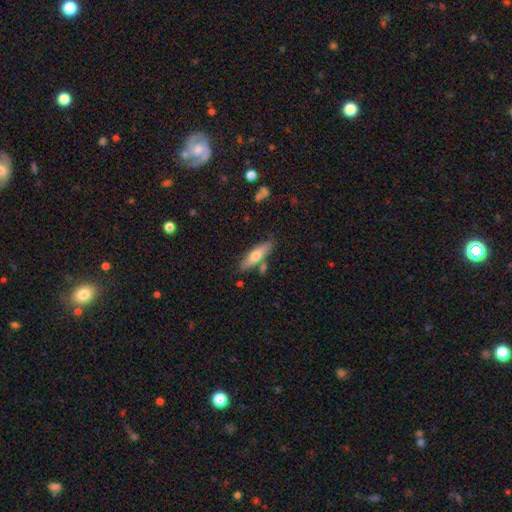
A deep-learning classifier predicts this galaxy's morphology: Q: Smooth or featured?
A: smooth (62%); runner-up: featured or disk (33%)
Q: How rounded?
A: cigar-shaped (62%); runner-up: in between (36%)
Q: Merging?
A: none (74%); runner-up: minor disturbance (14%)